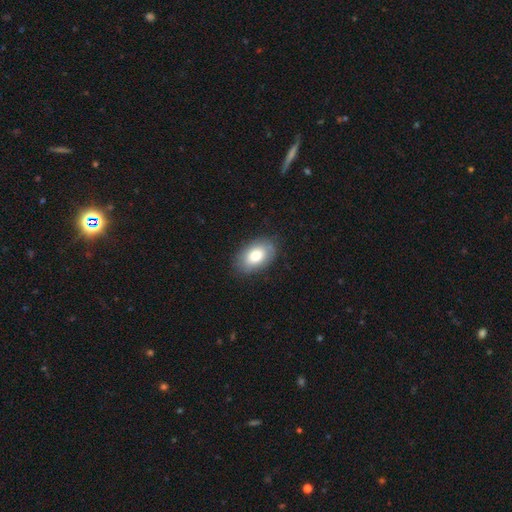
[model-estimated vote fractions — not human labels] Q: Smooth or featured?
A: smooth (74%); runner-up: featured or disk (18%)
Q: How rounded?
A: in between (89%); runner-up: round (10%)
Q: Merging?
A: none (83%); runner-up: minor disturbance (13%)